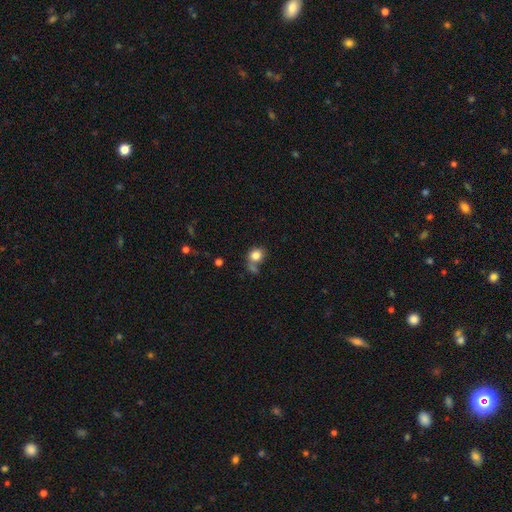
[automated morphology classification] Smooth or featured? Predicted: smooth (p=0.82). How rounded? Predicted: round (p=0.73). Merging? Predicted: none (p=0.52).